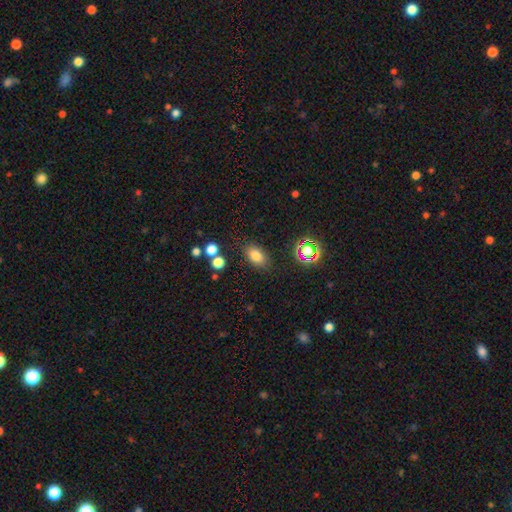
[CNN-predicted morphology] smooth_or_featured: smooth (p=0.78) [alt: star or artifact p=0.14]
how_rounded: in between (p=0.84) [alt: round p=0.14]
merging: none (p=0.82) [alt: minor disturbance p=0.11]